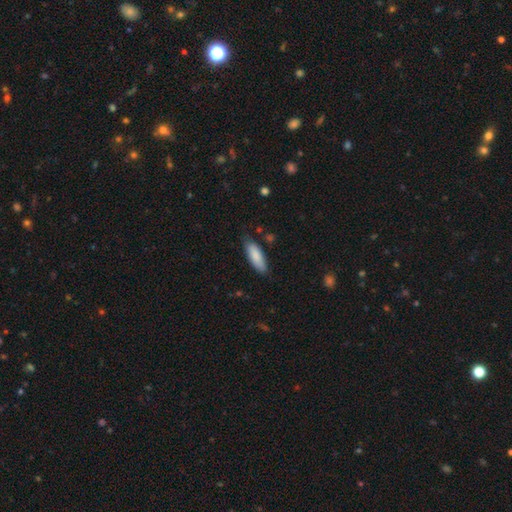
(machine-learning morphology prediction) This is clearly a smooth galaxy (86%). How rounded: likely in between (64%). Merging: likely none (76%).